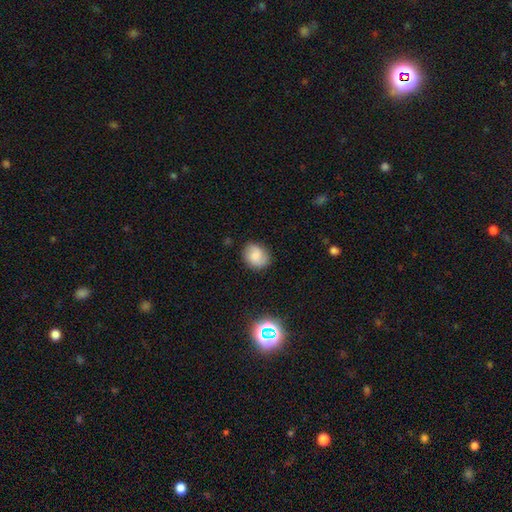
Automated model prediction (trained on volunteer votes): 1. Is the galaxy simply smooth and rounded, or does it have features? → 75% smooth, 15% featured or disk, 10% star or artifact.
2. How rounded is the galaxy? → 54% round, 45% in between, 1% cigar-shaped.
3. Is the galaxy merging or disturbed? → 78% none, 16% minor disturbance, 4% major disturbance, 1% merger.